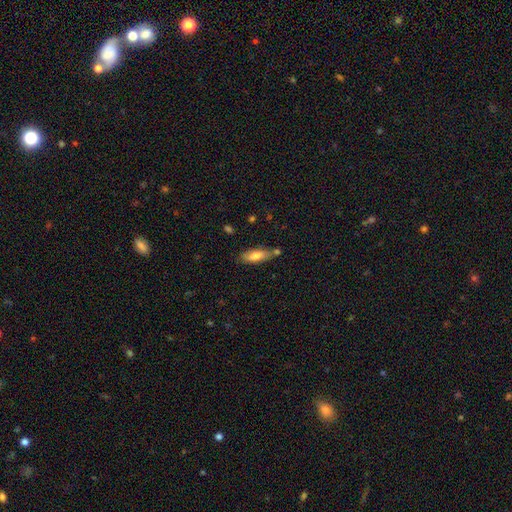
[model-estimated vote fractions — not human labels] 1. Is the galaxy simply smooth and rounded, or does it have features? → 75% smooth, 18% featured or disk, 7% star or artifact.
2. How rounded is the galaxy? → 55% in between, 43% cigar-shaped, 2% round.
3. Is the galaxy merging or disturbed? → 69% none, 18% minor disturbance, 10% merger, 4% major disturbance.